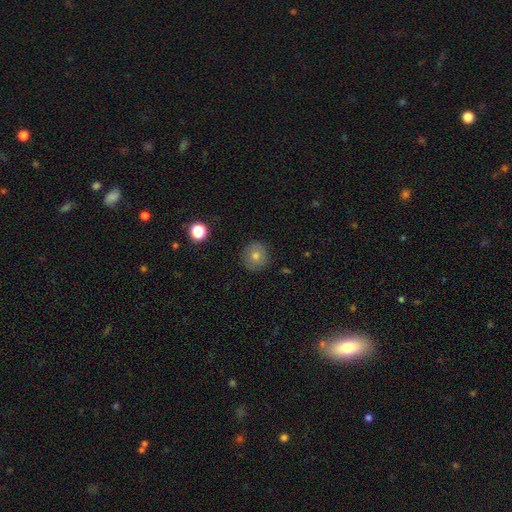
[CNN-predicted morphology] smooth-or-featured: smooth: 68% | featured or disk: 18% | star or artifact: 14%
  how-rounded: round: 93% | in between: 6% | cigar-shaped: 1%
  merging: none: 88% | minor disturbance: 8% | major disturbance: 2% | merger: 1%